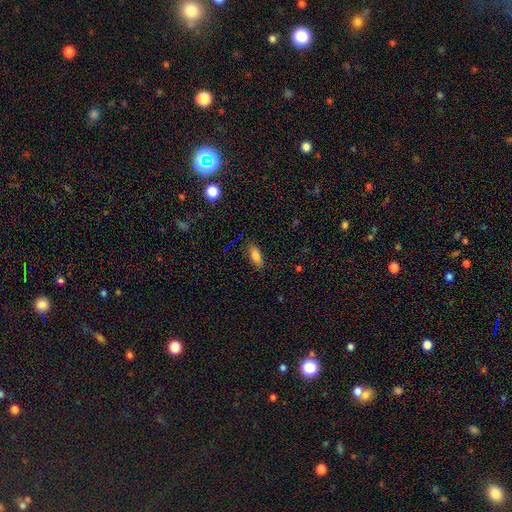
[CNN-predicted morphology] Smooth or featured?
  - smooth: 80% *
  - featured or disk: 10%
  - star or artifact: 10%
How rounded?
  - in between: 80% *
  - cigar-shaped: 16%
  - round: 3%
Merging?
  - none: 84% *
  - minor disturbance: 12%
  - major disturbance: 3%
  - merger: 2%